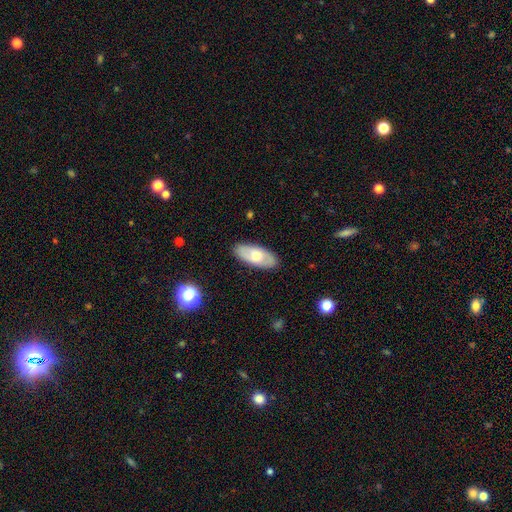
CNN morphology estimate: Smooth or featured? smooth (62%)
How rounded? in between (87%)
Merging? none (87%)